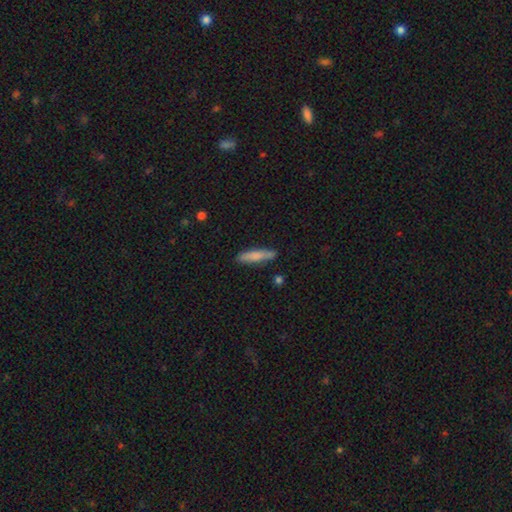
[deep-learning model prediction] Smooth or featured? Predicted: smooth (p=0.77). How rounded? Predicted: cigar-shaped (p=0.85). Merging? Predicted: none (p=0.81).